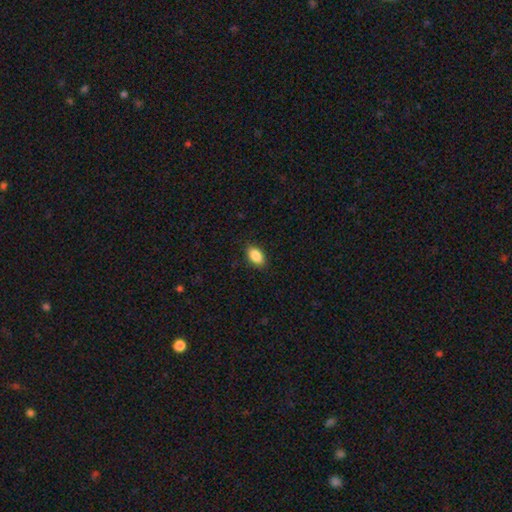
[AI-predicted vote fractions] smooth_or_featured: smooth (p=0.87) [alt: star or artifact p=0.07]
how_rounded: in between (p=0.91) [alt: round p=0.06]
merging: none (p=0.88) [alt: minor disturbance p=0.09]